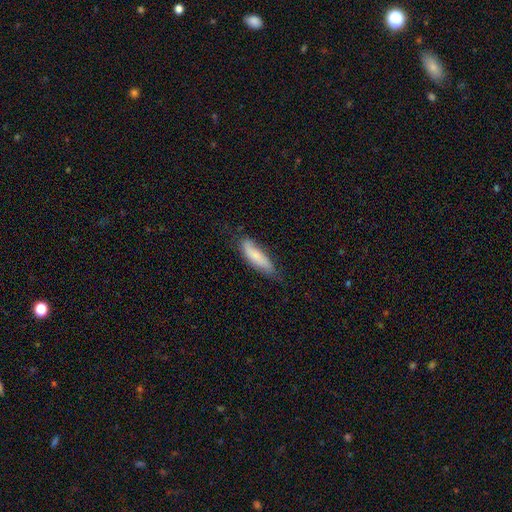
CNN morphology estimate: This is likely a smooth galaxy (70%). How rounded: possibly cigar-shaped (53%). Merging: likely none (63%).